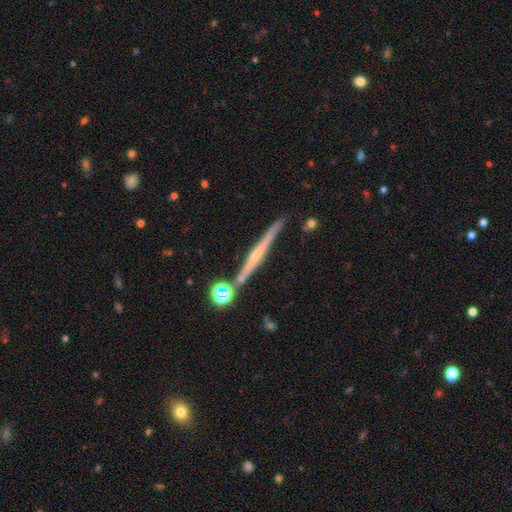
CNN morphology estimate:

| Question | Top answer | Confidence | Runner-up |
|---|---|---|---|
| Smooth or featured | featured or disk | 67% | smooth (25%) |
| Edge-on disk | yes | 97% | no (3%) |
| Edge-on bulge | none | 51% | rounded (39%) |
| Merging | none | 82% | minor disturbance (10%) |